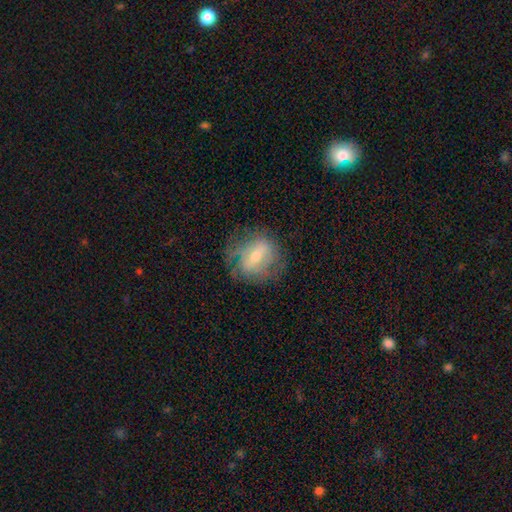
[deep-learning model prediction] Q: Smooth or featured?
A: featured or disk (54%); runner-up: smooth (37%)
Q: Edge-on disk?
A: no (93%); runner-up: yes (7%)
Q: Bar?
A: weak (44%); runner-up: strong (28%)
Q: Spiral arms?
A: yes (58%); runner-up: no (42%)
Q: Bulge size?
A: small (49%); runner-up: moderate (42%)
Q: Merging?
A: none (61%); runner-up: minor disturbance (22%)